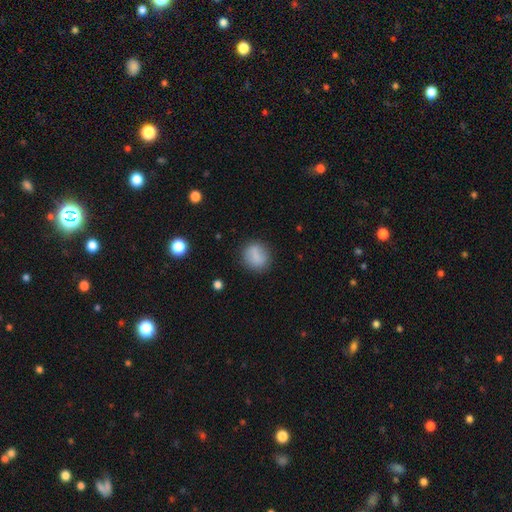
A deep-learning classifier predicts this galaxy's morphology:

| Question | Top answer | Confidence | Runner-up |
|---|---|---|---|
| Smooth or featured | smooth | 77% | featured or disk (14%) |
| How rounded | round | 74% | in between (24%) |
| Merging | none | 80% | minor disturbance (13%) |